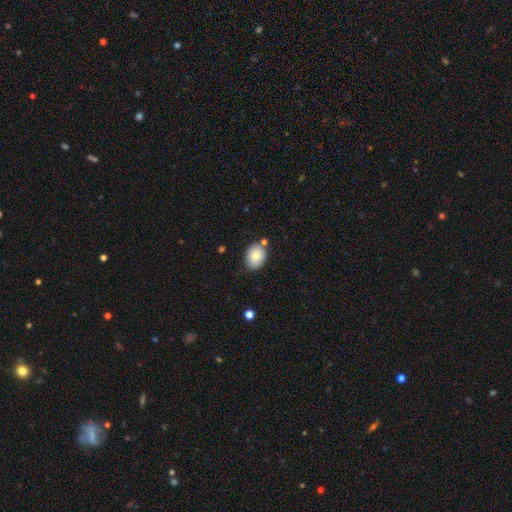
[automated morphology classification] A smooth galaxy with no disk features (80%) that is in between round and cigar-shaped (64%). Merging: none (76%).